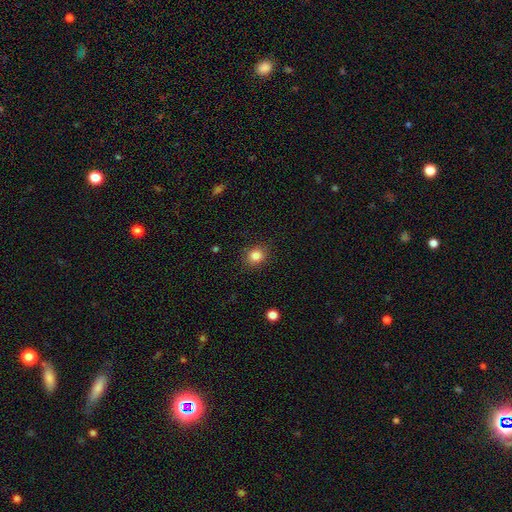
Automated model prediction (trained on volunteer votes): Overall: smooth (84%). How rounded: round (73%). Merging: none (87%).